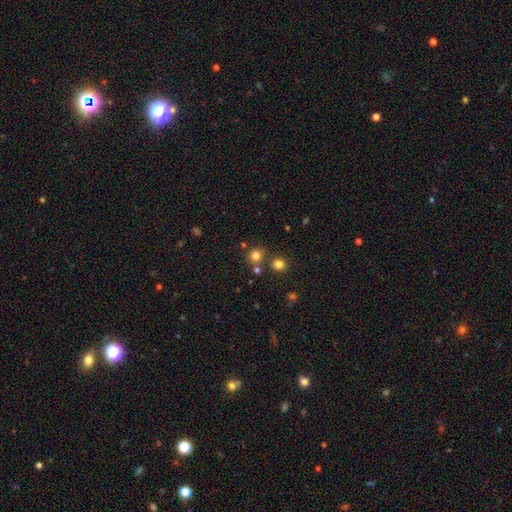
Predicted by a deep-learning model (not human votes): Smooth or featured? Predicted: smooth (p=0.77). How rounded? Predicted: round (p=0.90). Merging? Predicted: none (p=0.73).